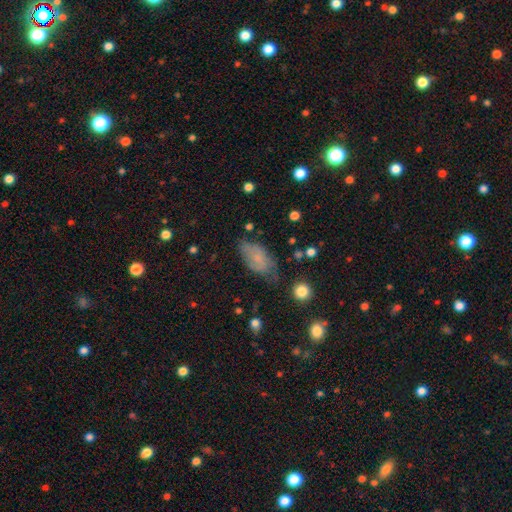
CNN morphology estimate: A smooth galaxy with no disk features (56%) that is in between round and cigar-shaped (90%).

Vote fractions:
- Smooth or featured? smooth: 56% / featured or disk: 34% / star or artifact: 10%
- How rounded? in between: 90% / round: 5% / cigar-shaped: 5%
- Merging? none: 52% / minor disturbance: 33% / major disturbance: 13% / merger: 3%